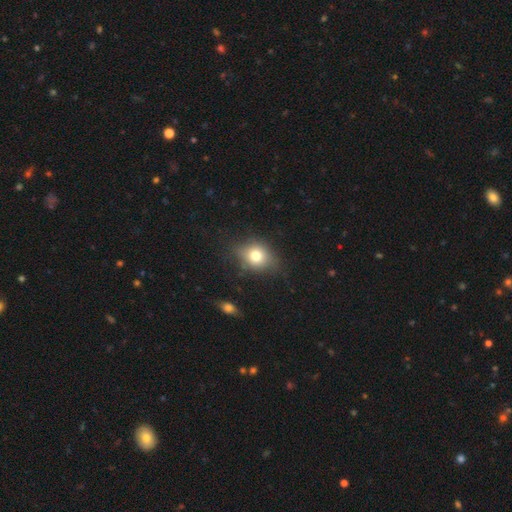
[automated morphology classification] type=smooth (74%); roundness=round (55%); merging=none (72%).